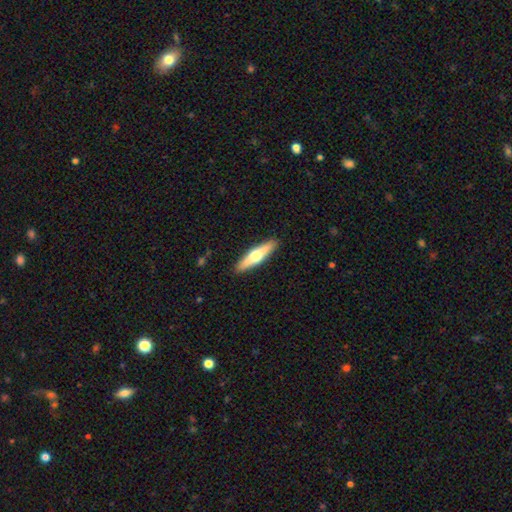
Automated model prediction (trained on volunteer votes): A featured or disk galaxy (48%). Merging: none (91%).